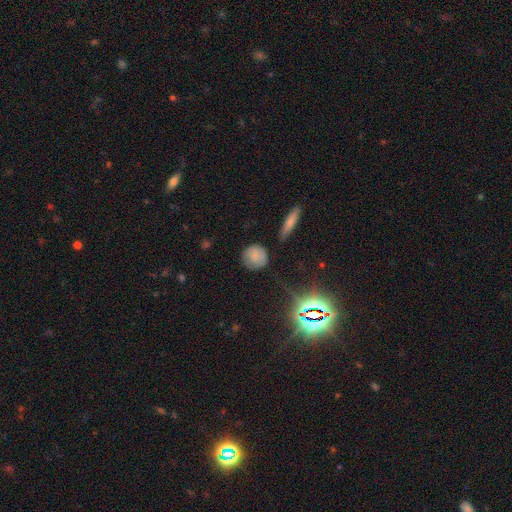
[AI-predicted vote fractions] Overall: smooth (77%). How rounded: round (90%). Merging: none (81%).